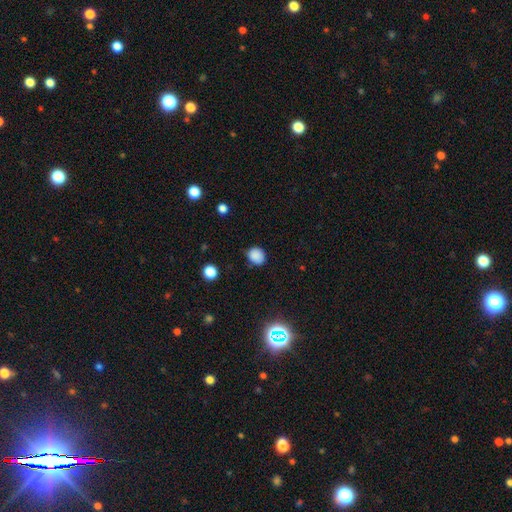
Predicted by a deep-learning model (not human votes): Smooth or featured? Predicted: smooth (p=0.85). How rounded? Predicted: round (p=0.70). Merging? Predicted: none (p=0.79).